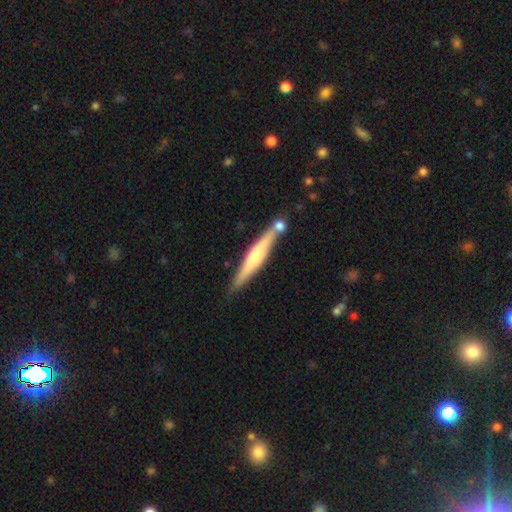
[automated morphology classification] This is possibly a featured or disk galaxy (54%). It is clearly viewed edge-on (95%). Edge-on bulge: likely rounded (71%). Merging: likely none (73%).